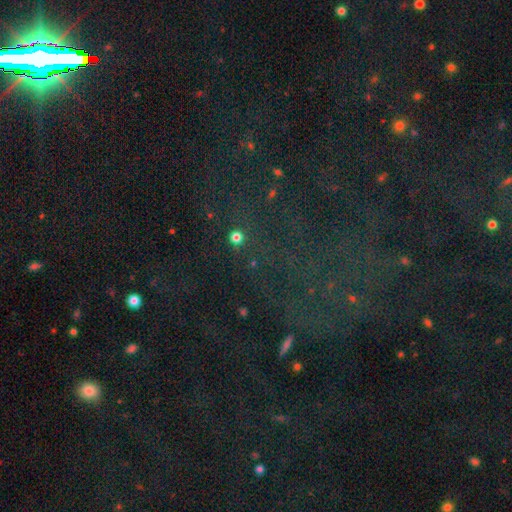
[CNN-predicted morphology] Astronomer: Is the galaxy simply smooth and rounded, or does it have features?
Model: star or artifact — 76%.